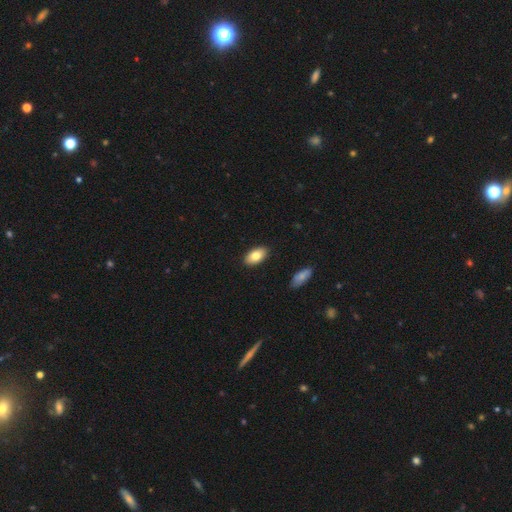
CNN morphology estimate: smooth_or_featured: smooth (p=0.80) [alt: featured or disk p=0.14]
how_rounded: in between (p=0.93) [alt: round p=0.03]
merging: none (p=0.89) [alt: minor disturbance p=0.08]